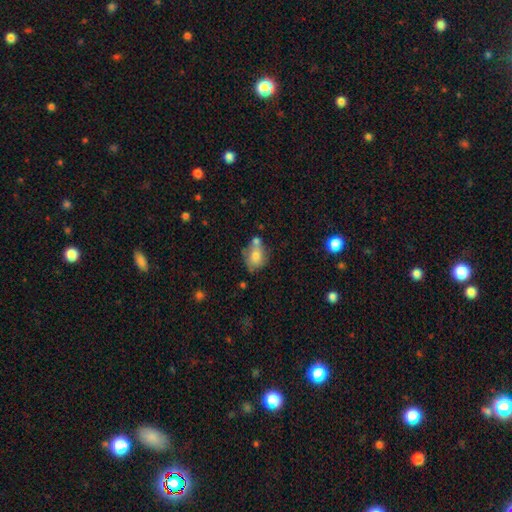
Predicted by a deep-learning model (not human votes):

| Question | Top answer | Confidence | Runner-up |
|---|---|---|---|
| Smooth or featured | smooth | 72% | featured or disk (19%) |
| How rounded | in between | 62% | round (36%) |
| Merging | none | 47% | merger (25%) |